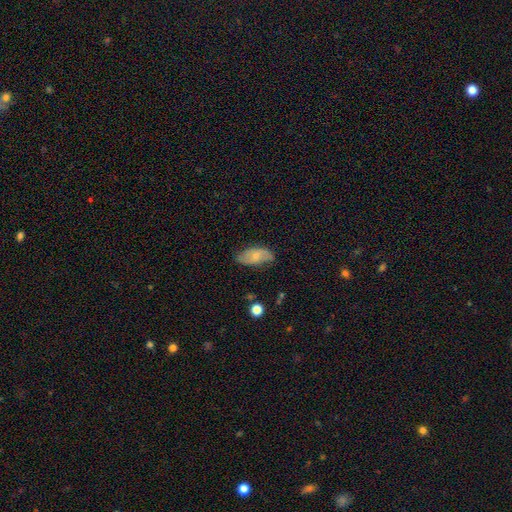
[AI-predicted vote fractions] A smooth galaxy with no disk features (61%) that is in between round and cigar-shaped (91%).

Vote fractions:
- Smooth or featured? smooth: 61% / featured or disk: 32% / star or artifact: 7%
- How rounded? in between: 91% / cigar-shaped: 6% / round: 3%
- Merging? none: 67% / minor disturbance: 26% / major disturbance: 5% / merger: 2%